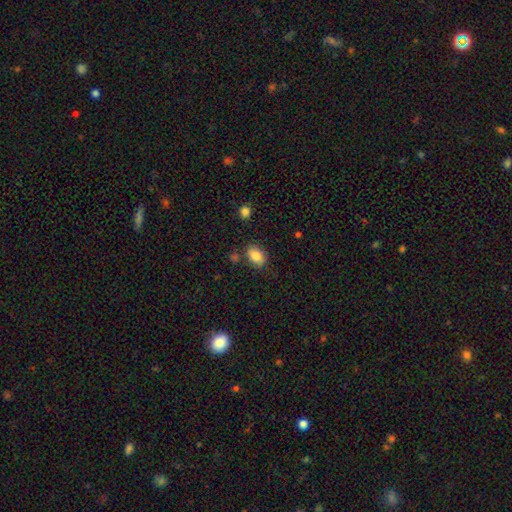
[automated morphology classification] This is clearly a smooth galaxy (85%). How rounded: clearly in between (84%). Merging: likely none (75%).